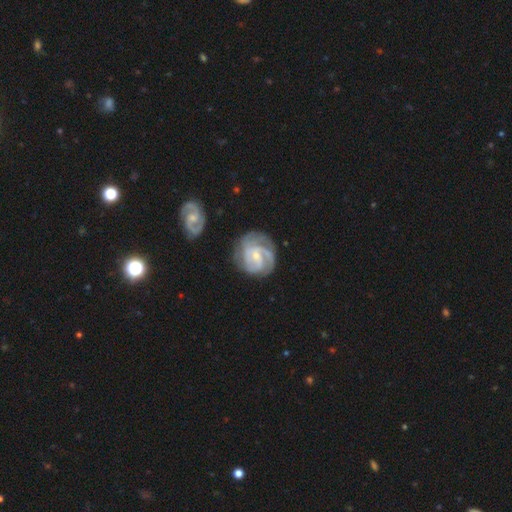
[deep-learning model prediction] featured or disk 83%, smooth 12%, star or artifact 5%. Down the decision tree: edge-on disk — no (98%); bar — no (44%, tied with weak); spiral arms — yes (95%); spiral arm count — 3 (34%); spiral winding — tight (53%); bulge size — small (71%); merging — none (65%).